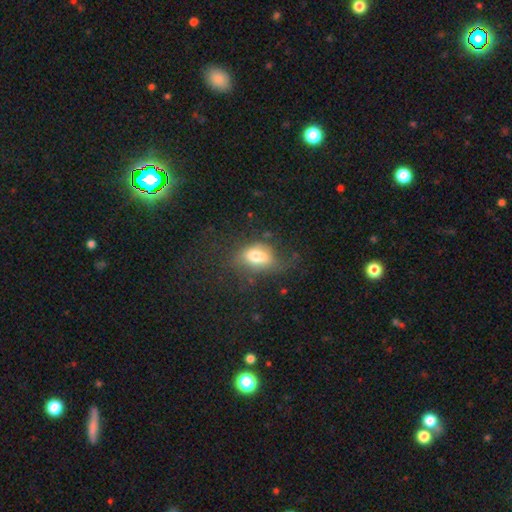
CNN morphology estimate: Smooth or featured? smooth (71%)
How rounded? in between (82%)
Merging? none (46%)